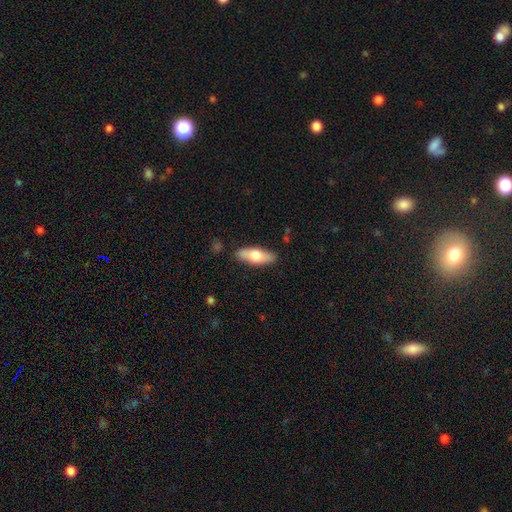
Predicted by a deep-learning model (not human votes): This appears to be a smooth galaxy with no disk features (62%) that is in between round and cigar-shaped (63%). Merging: none (86%).